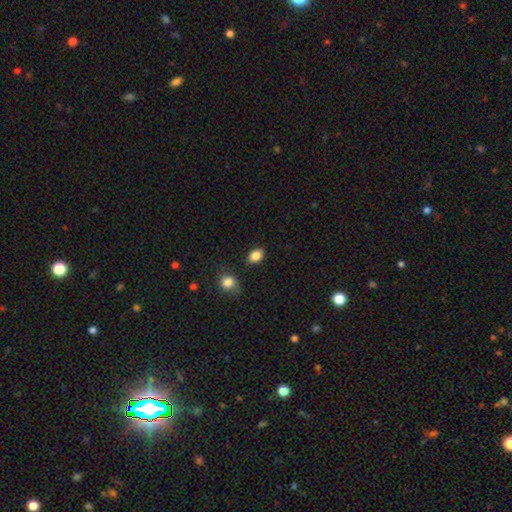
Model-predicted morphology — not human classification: This appears to be a smooth galaxy with no disk features (86%) that is in between round and cigar-shaped (79%). Merging: none (83%).